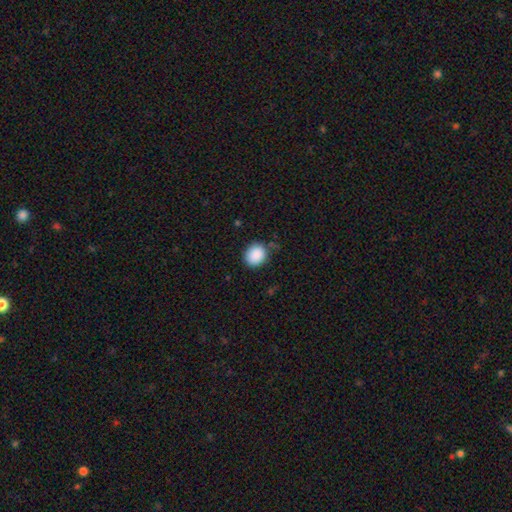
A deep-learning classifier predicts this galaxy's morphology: Smooth or featured: smooth — 89% (star or artifact — 8%)
How rounded: round — 74% (in between — 25%)
Merging: none — 77% (minor disturbance — 16%)